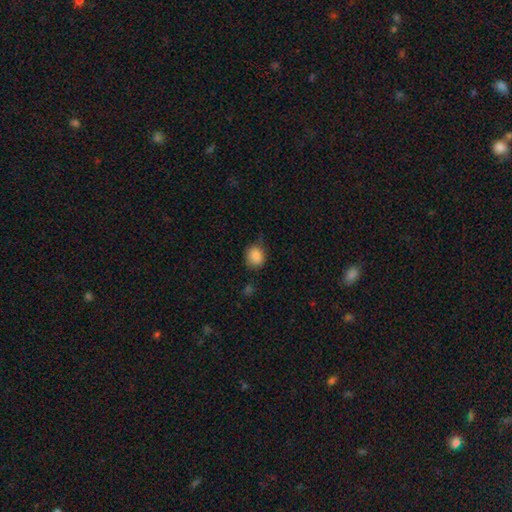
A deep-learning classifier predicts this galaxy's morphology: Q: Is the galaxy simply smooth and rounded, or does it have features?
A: smooth — 87%.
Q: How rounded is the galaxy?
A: round — 68%.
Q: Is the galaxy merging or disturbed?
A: none — 70%.